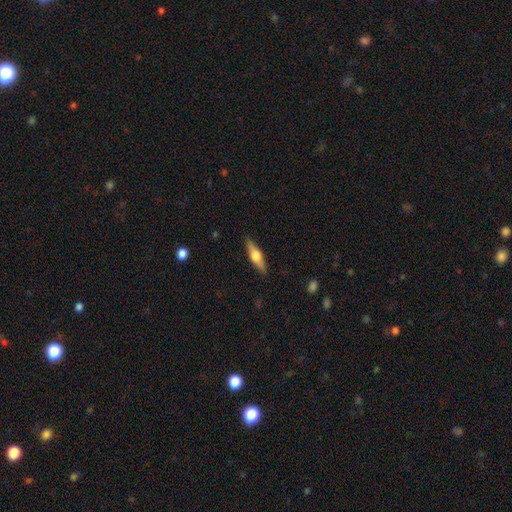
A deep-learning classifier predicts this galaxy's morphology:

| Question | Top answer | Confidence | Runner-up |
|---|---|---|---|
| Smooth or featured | featured or disk | 52% | smooth (42%) |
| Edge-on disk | yes | 94% | no (6%) |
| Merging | none | 88% | minor disturbance (9%) |